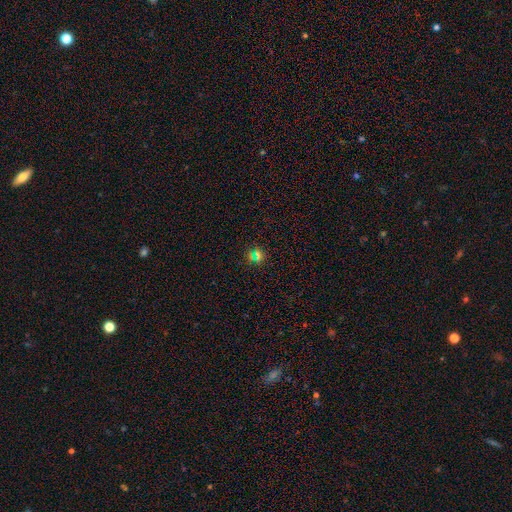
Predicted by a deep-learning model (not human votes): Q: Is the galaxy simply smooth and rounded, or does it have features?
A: smooth — 48%.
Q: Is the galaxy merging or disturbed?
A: none — 82%.